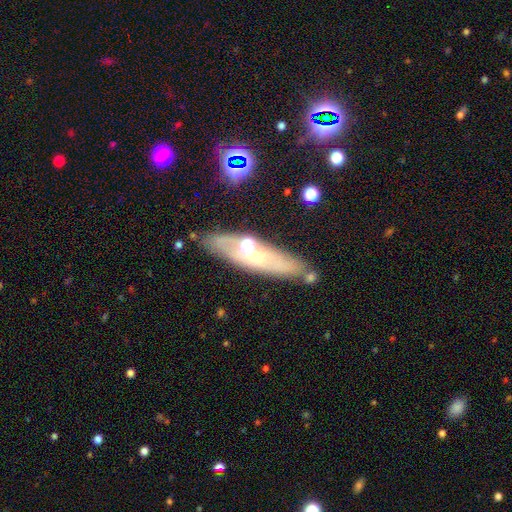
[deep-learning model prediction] Smooth or featured: featured or disk — 54% (smooth — 35%)
Edge-on disk: yes — 53% (no — 47%)
Merging: none — 76% (minor disturbance — 12%)